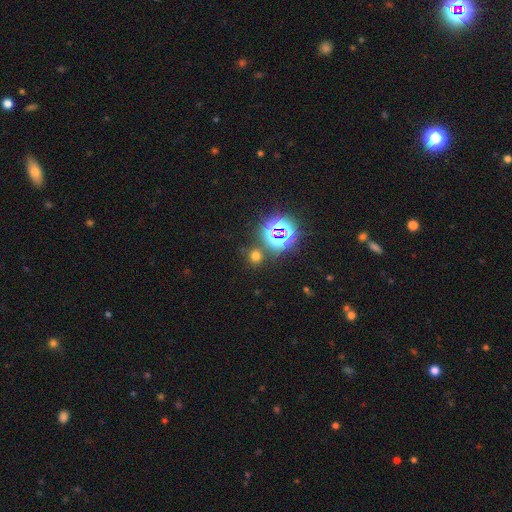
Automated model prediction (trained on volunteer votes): Smooth or featured: smooth — 56% (star or artifact — 38%)
How rounded: round — 86% (in between — 12%)
Merging: none — 81% (minor disturbance — 8%)